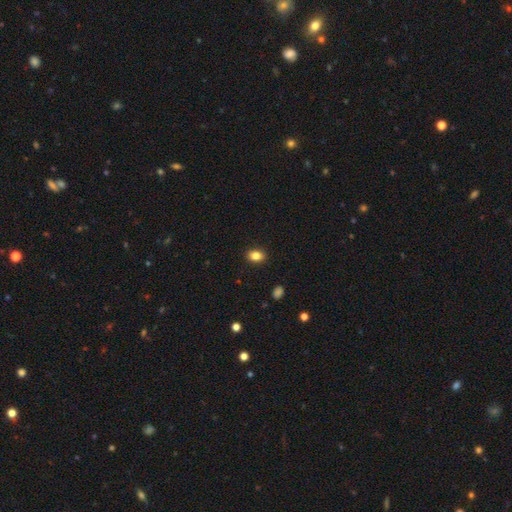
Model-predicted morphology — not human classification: Overall: smooth (86%). How rounded: in between (71%). Merging: none (90%).